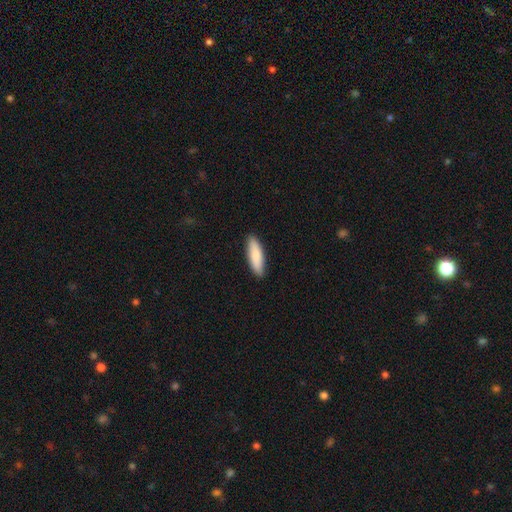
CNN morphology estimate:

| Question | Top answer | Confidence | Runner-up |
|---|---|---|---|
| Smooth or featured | smooth | 84% | featured or disk (10%) |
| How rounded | cigar-shaped | 53% | in between (45%) |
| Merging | none | 89% | minor disturbance (9%) |